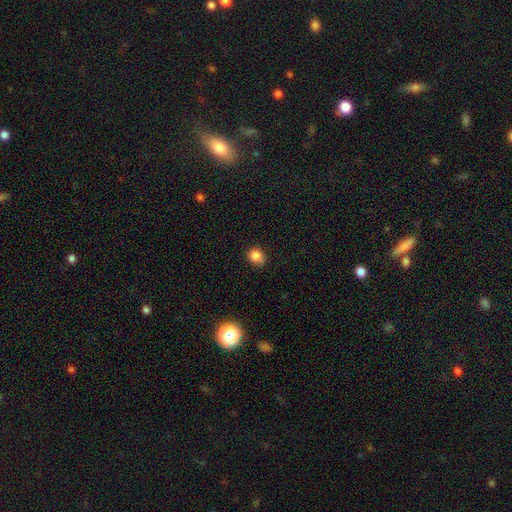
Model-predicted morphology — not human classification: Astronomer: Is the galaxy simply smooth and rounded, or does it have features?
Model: smooth — 83%.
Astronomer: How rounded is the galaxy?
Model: round — 69%.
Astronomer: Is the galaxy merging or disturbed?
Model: none — 64%.